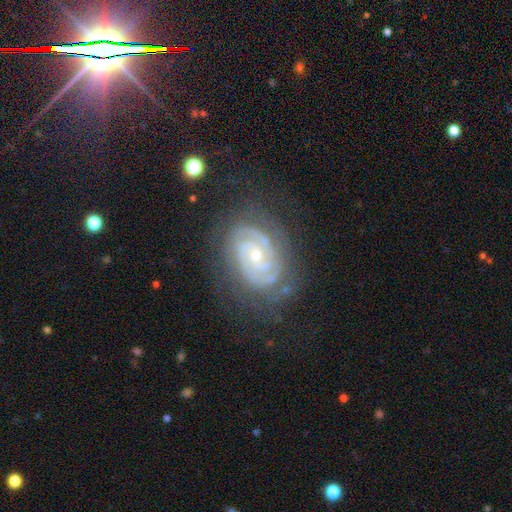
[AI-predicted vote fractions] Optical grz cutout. It shows a featured or disk galaxy (91%) with no bar (58%), 2 (69%) tight (80%) spiral arms (98%) and a small central bulge (63%). Merging: none (76%).